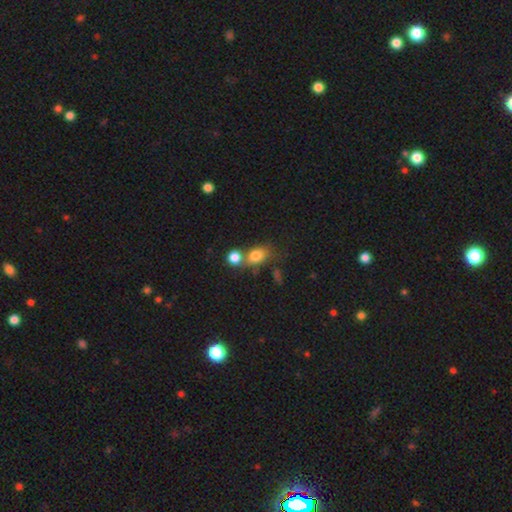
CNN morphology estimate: Smooth or featured? smooth (79%)
How rounded? in between (58%)
Merging? merger (42%)